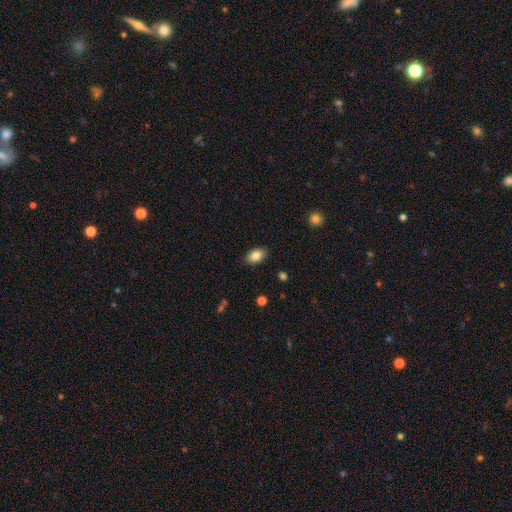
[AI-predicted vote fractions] A smooth galaxy with no disk features (85%) that is in between round and cigar-shaped (87%).

Vote fractions:
- Smooth or featured? smooth: 85% / star or artifact: 8% / featured or disk: 7%
- How rounded? in between: 87% / round: 12% / cigar-shaped: 1%
- Merging? none: 87% / minor disturbance: 9% / major disturbance: 2% / merger: 1%